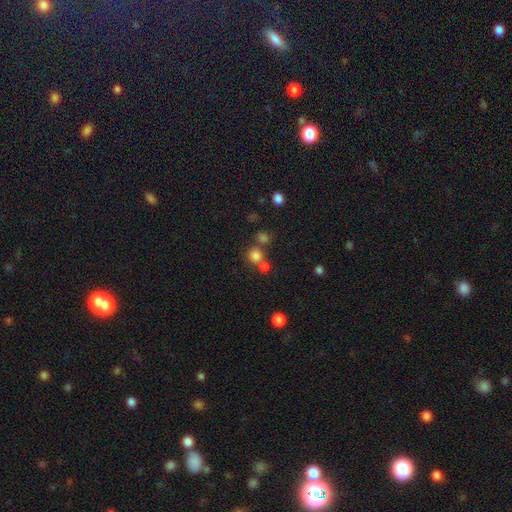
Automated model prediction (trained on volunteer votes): A smooth galaxy with no disk features (75%) that is round (89%).

Vote fractions:
- Smooth or featured? smooth: 75% / star or artifact: 17% / featured or disk: 8%
- How rounded? round: 89% / in between: 10% / cigar-shaped: 1%
- Merging? none: 59% / merger: 31% / minor disturbance: 7% / major disturbance: 3%